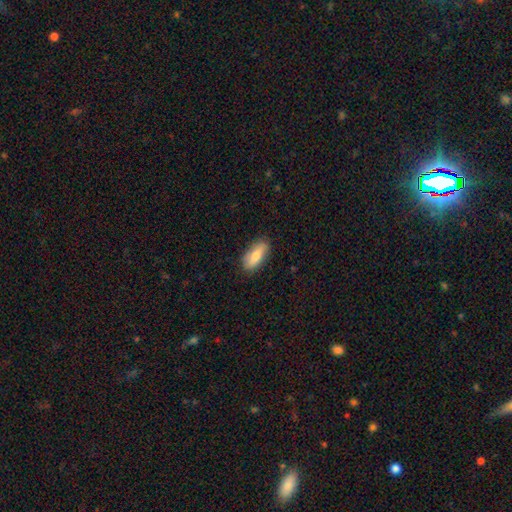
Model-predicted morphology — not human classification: The model was most divided on "smooth or featured": smooth: 73%, featured or disk: 21%, star or artifact: 6%. More confident: merging — none (86%); how rounded — in between (77%).